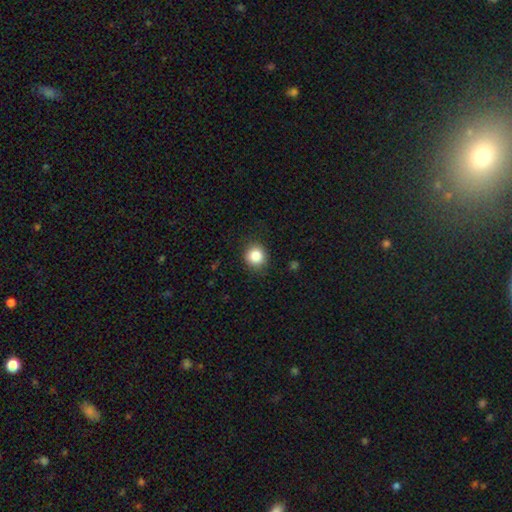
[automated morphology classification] Smooth or featured? smooth (85%)
How rounded? round (88%)
Merging? none (88%)